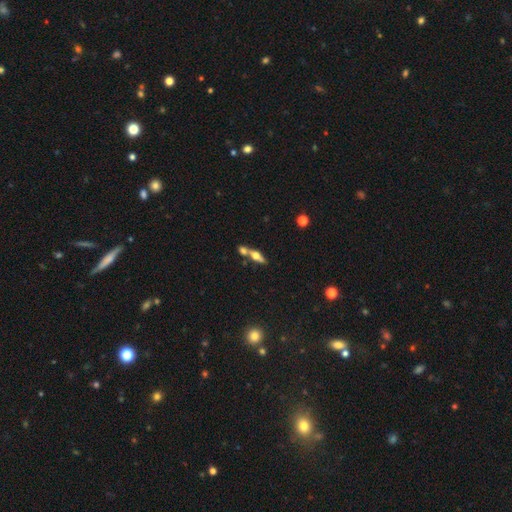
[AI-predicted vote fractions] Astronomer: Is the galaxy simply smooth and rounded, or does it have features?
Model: featured or disk — 56% (runner-up: smooth, 35%).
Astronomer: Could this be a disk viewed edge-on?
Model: yes — 85%.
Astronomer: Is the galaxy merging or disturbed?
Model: none — 48% (runner-up: merger, 39%).